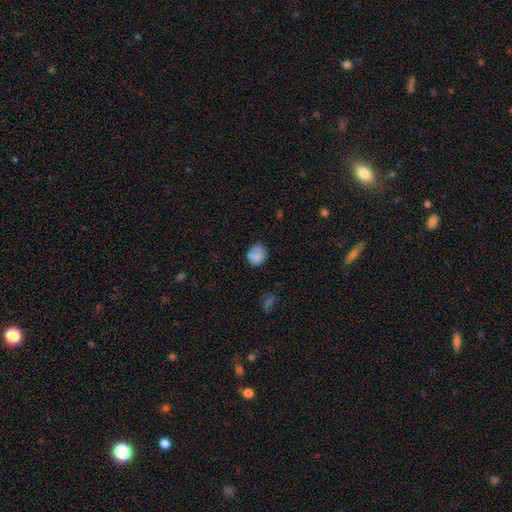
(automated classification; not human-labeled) Q: Smooth or featured?
A: smooth (76%); runner-up: featured or disk (14%)
Q: How rounded?
A: round (66%); runner-up: in between (33%)
Q: Merging?
A: none (54%); runner-up: minor disturbance (27%)